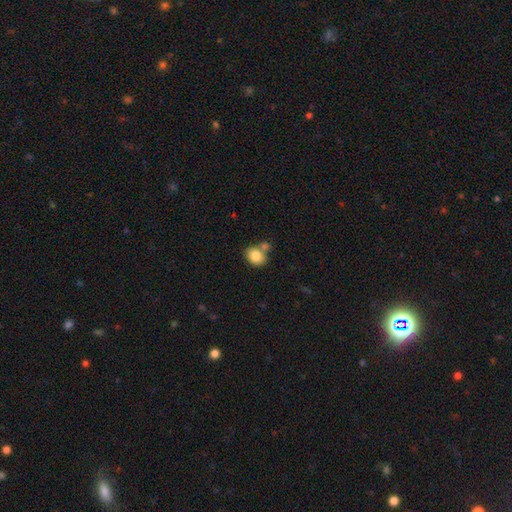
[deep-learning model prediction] Smooth or featured?
  - smooth: 84% *
  - star or artifact: 8%
  - featured or disk: 8%
How rounded?
  - round: 52% *
  - in between: 47%
  - cigar-shaped: 1%
Merging?
  - none: 54% *
  - merger: 29%
  - minor disturbance: 13%
  - major disturbance: 4%